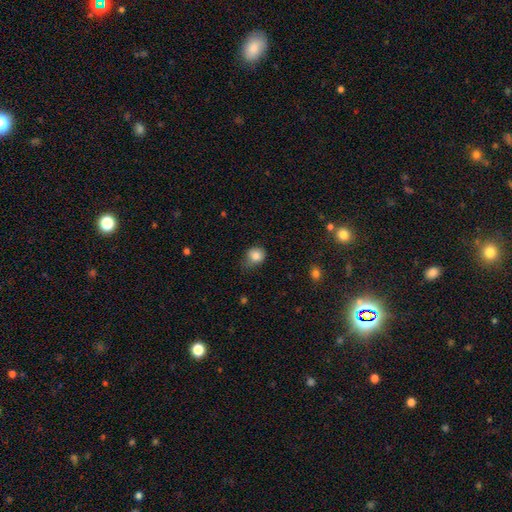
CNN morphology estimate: smooth-or-featured: smooth: 83% | star or artifact: 10% | featured or disk: 7%
  how-rounded: round: 69% | in between: 30% | cigar-shaped: 1%
  merging: none: 51% | minor disturbance: 36% | major disturbance: 11% | merger: 2%